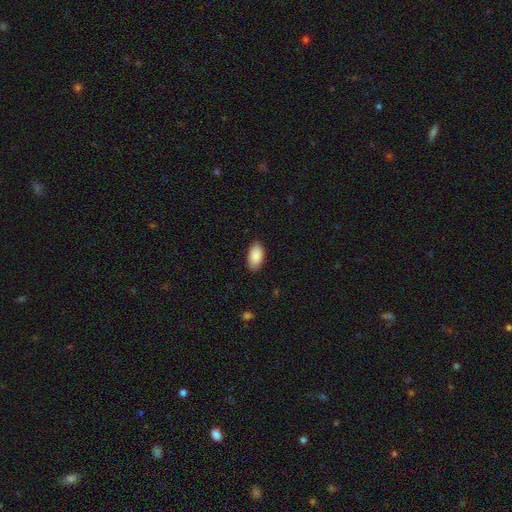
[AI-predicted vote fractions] Smooth or featured?
  - smooth: 90% *
  - star or artifact: 6%
  - featured or disk: 4%
How rounded?
  - in between: 95% *
  - round: 3%
  - cigar-shaped: 2%
Merging?
  - none: 87% *
  - minor disturbance: 10%
  - major disturbance: 2%
  - merger: 1%